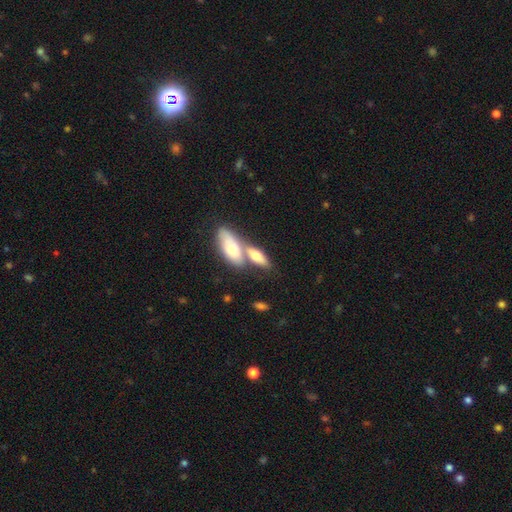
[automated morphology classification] This is likely a smooth galaxy (69%). How rounded: likely in between (69%). Merging: possibly merger (53%).